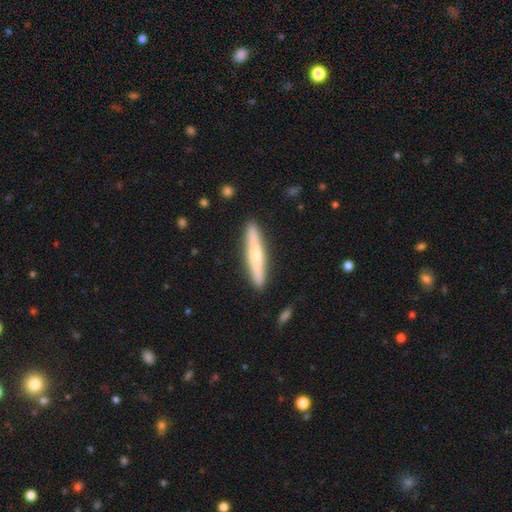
A smooth galaxy with no disk features (49%) that is cigar-shaped (94%). Merging: none (97%).